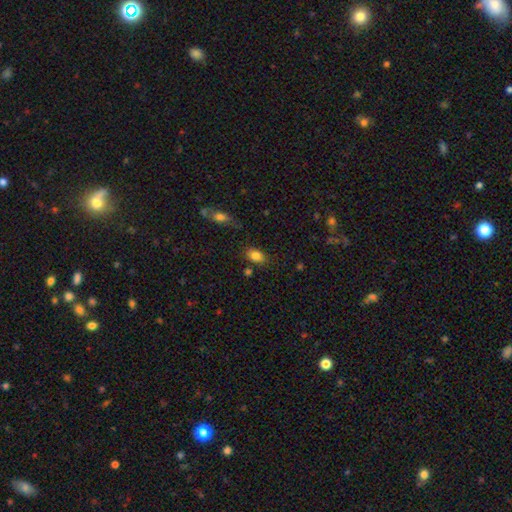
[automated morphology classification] Overall: smooth (83%). How rounded: in between (83%). Merging: none (77%).